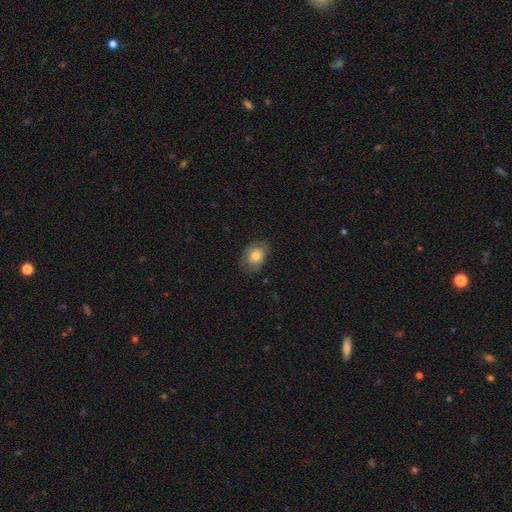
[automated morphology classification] smooth 76%, featured or disk 16%, star or artifact 8%. Down the decision tree: how rounded — in between (66%); merging — none (72%).